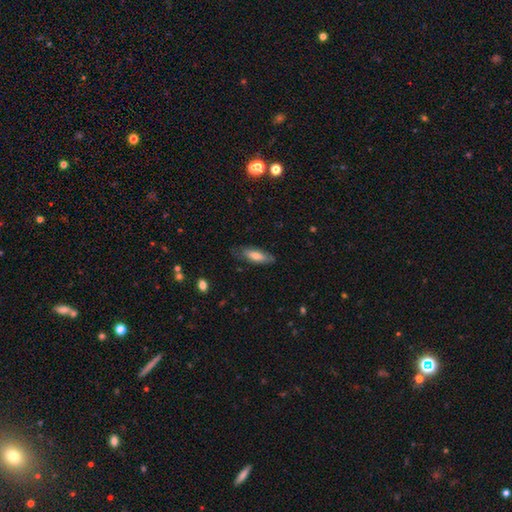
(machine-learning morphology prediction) Smooth or featured: smooth — 69% (featured or disk — 25%)
How rounded: in between — 62% (cigar-shaped — 36%)
Merging: none — 75% (minor disturbance — 20%)